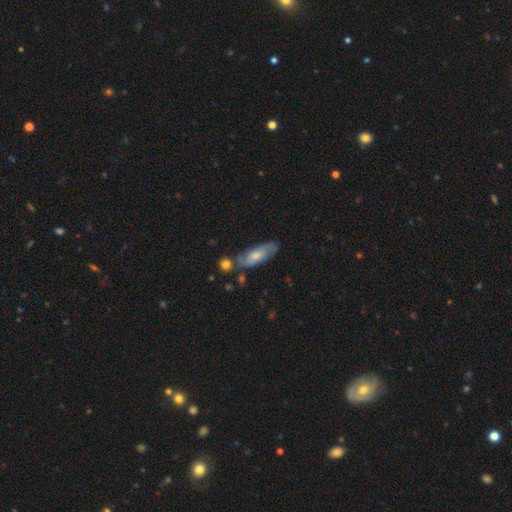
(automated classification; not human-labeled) This is possibly a featured or disk galaxy (51%). It is likely not viewed edge-on (76%). Merging: likely none (68%).